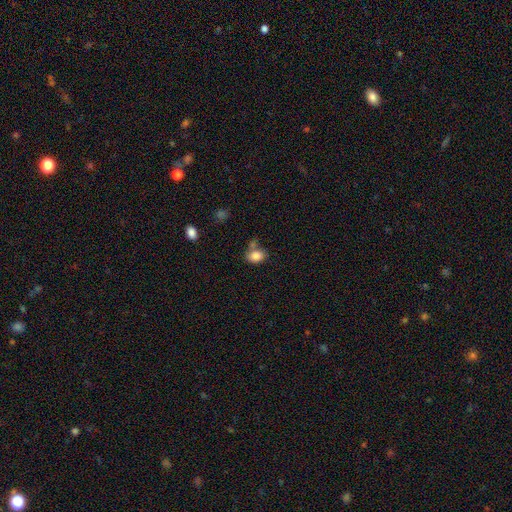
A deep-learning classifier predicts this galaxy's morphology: smooth-or-featured: smooth: 84% | star or artifact: 9% | featured or disk: 7%
  how-rounded: in between: 69% | round: 30% | cigar-shaped: 1%
  merging: none: 53% | merger: 22% | minor disturbance: 18% | major disturbance: 6%